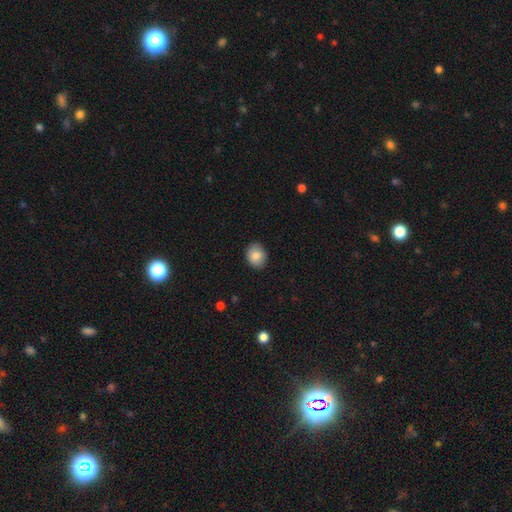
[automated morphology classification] A smooth galaxy with no disk features (84%) that is round (57%).

Vote fractions:
- Smooth or featured? smooth: 84% / featured or disk: 8% / star or artifact: 8%
- How rounded? round: 57% / in between: 42% / cigar-shaped: 1%
- Merging? none: 86% / minor disturbance: 11% / major disturbance: 2% / merger: 1%